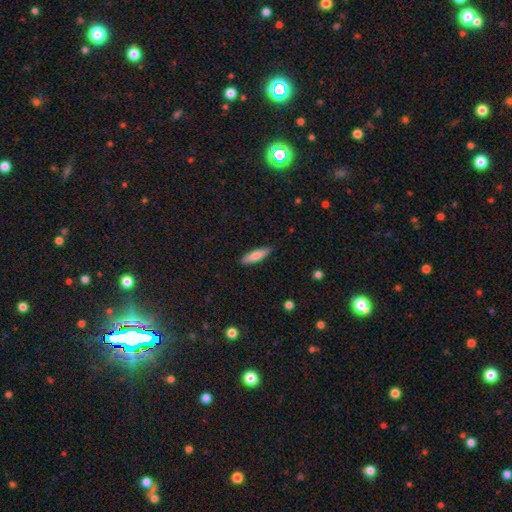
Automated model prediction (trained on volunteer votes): Overall: smooth (78%). How rounded: cigar-shaped (70%). Merging: none (86%).